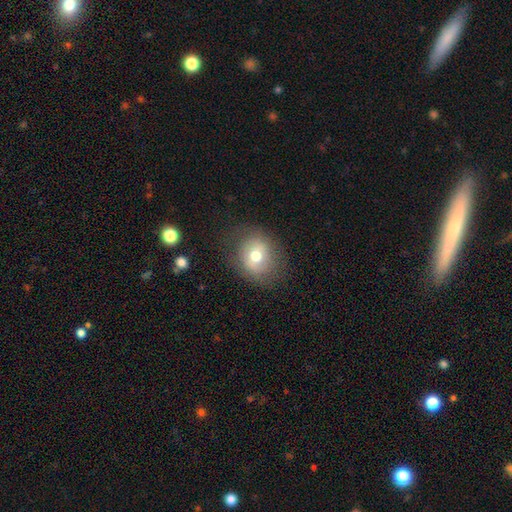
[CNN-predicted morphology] smooth-or-featured: smooth: 63% | featured or disk: 26% | star or artifact: 11%
  how-rounded: round: 69% | in between: 30% | cigar-shaped: 1%
  merging: none: 78% | minor disturbance: 15% | major disturbance: 6% | merger: 1%